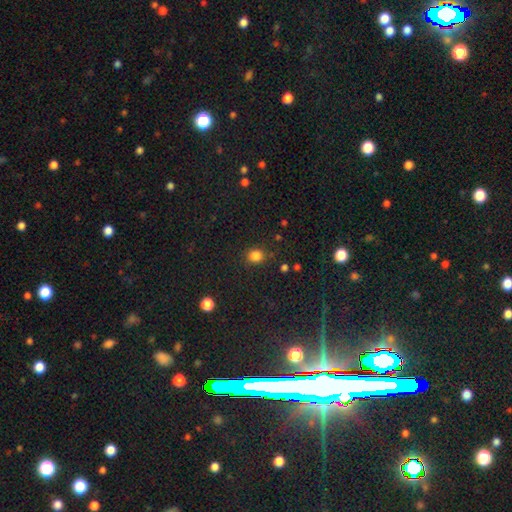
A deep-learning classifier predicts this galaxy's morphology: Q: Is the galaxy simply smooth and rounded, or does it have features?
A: smooth — 83%.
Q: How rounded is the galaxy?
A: round — 79%.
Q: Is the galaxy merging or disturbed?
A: none — 85%.